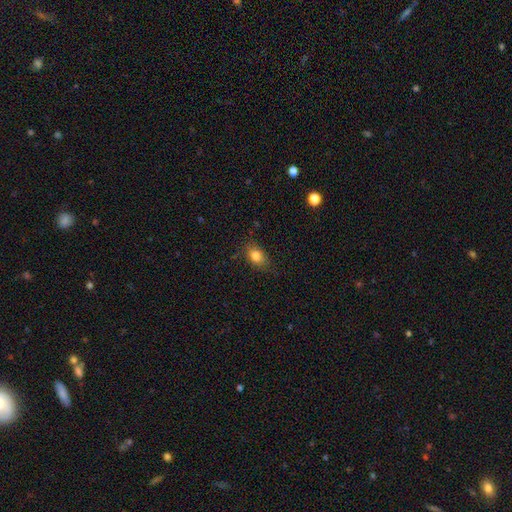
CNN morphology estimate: Smooth or featured?
  - smooth: 81% *
  - featured or disk: 10%
  - star or artifact: 10%
How rounded?
  - in between: 78% *
  - round: 19%
  - cigar-shaped: 3%
Merging?
  - none: 75% *
  - minor disturbance: 19%
  - major disturbance: 5%
  - merger: 1%